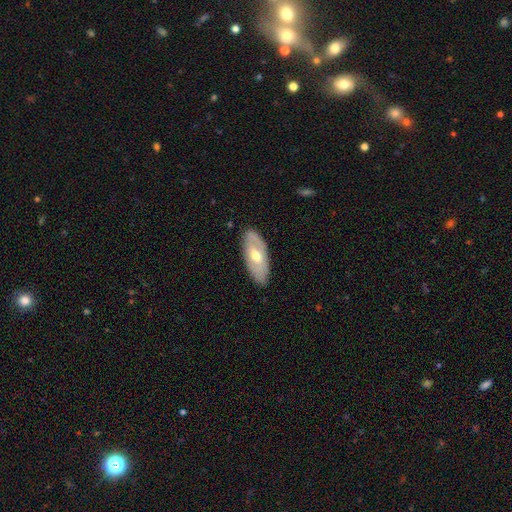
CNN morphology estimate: smooth_or_featured: featured or disk (p=0.56) [alt: smooth p=0.38]
disk_edge_on: no (p=0.79) [alt: yes p=0.21]
merging: none (p=0.83) [alt: minor disturbance p=0.13]